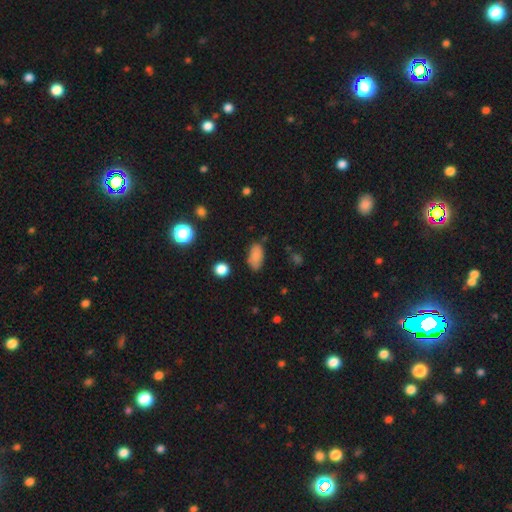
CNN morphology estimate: smooth-or-featured: smooth: 83% | star or artifact: 10% | featured or disk: 6%
  how-rounded: in between: 92% | round: 5% | cigar-shaped: 4%
  merging: none: 76% | minor disturbance: 17% | major disturbance: 4% | merger: 3%